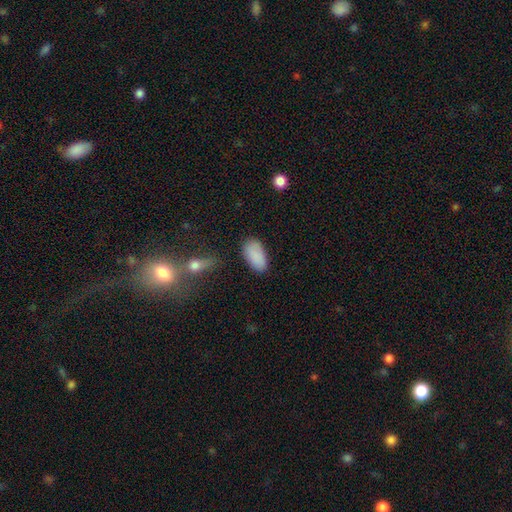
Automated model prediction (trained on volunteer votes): Smooth or featured?
  - smooth: 88% *
  - star or artifact: 7%
  - featured or disk: 5%
How rounded?
  - in between: 95% *
  - round: 3%
  - cigar-shaped: 2%
Merging?
  - none: 80% *
  - minor disturbance: 14%
  - major disturbance: 4%
  - merger: 2%